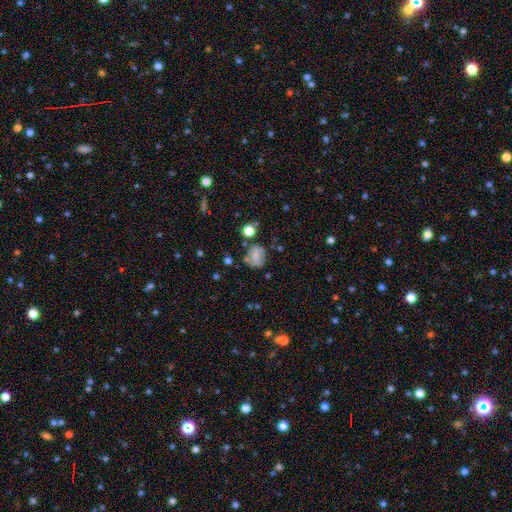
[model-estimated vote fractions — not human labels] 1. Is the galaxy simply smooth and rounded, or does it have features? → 64% smooth, 25% featured or disk, 11% star or artifact.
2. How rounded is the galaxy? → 65% round, 33% in between, 1% cigar-shaped.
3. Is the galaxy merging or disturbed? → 62% none, 21% minor disturbance, 9% major disturbance, 8% merger.